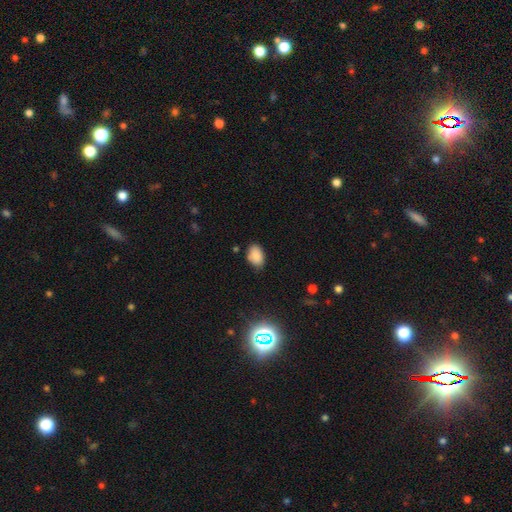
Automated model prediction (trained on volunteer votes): Morphology: type=smooth (85%); roundness=in between (85%); merging=none (75%).